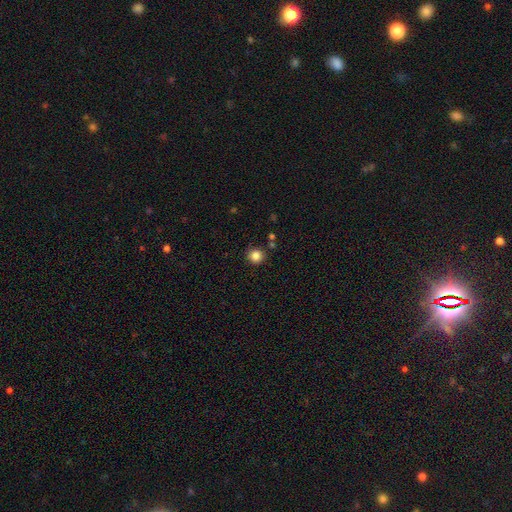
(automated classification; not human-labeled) Q: Smooth or featured?
A: smooth (84%); runner-up: star or artifact (11%)
Q: How rounded?
A: round (92%); runner-up: in between (7%)
Q: Merging?
A: none (85%); runner-up: minor disturbance (8%)